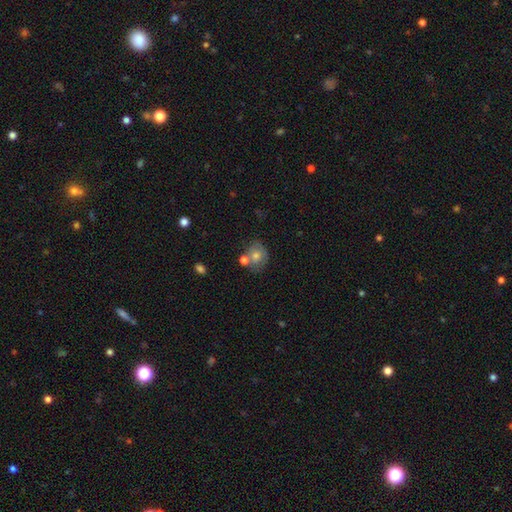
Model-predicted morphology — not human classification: Smooth or featured?
  - smooth: 60% *
  - featured or disk: 28%
  - star or artifact: 12%
How rounded?
  - round: 67% *
  - in between: 32%
  - cigar-shaped: 1%
Merging?
  - none: 54% *
  - merger: 22%
  - minor disturbance: 17%
  - major disturbance: 6%